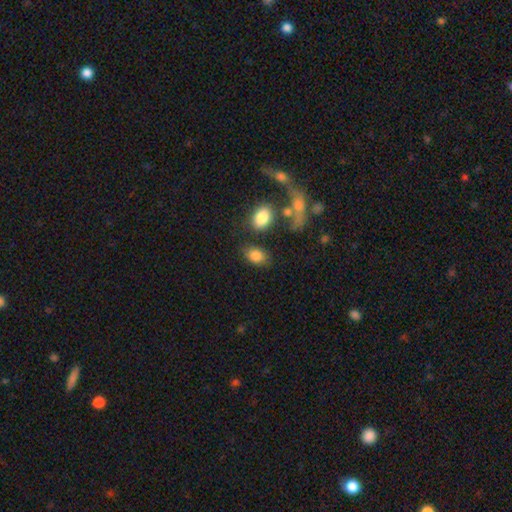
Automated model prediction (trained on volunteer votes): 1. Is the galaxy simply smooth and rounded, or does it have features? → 83% smooth, 9% star or artifact, 8% featured or disk.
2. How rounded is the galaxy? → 82% in between, 16% round, 2% cigar-shaped.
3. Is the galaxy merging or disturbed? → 73% none, 13% minor disturbance, 8% merger, 5% major disturbance.